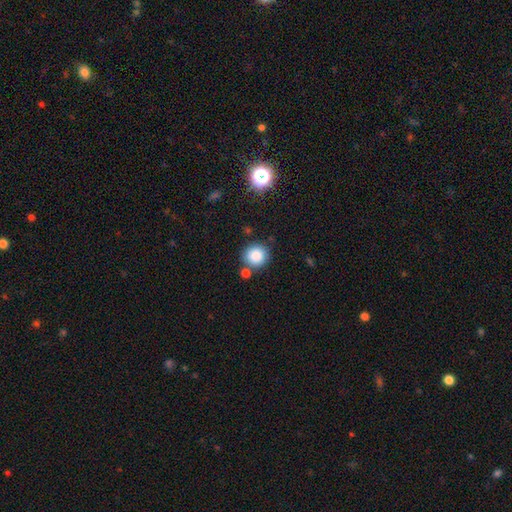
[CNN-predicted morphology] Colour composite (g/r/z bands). It shows a smooth galaxy with no disk features (85%) that is round (89%). Merging: none (77%).